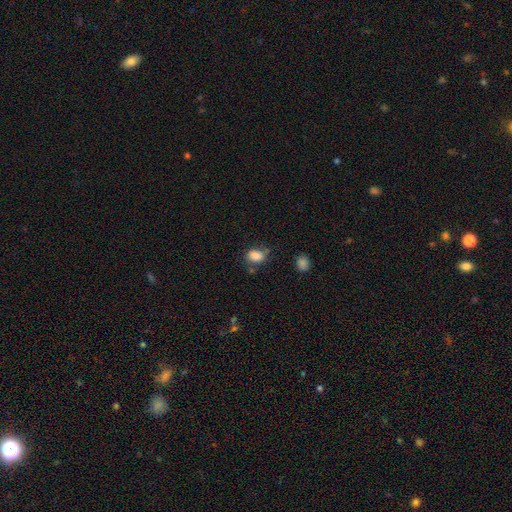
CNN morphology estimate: Overall: smooth (84%). How rounded: in between (70%). Merging: none (62%; minor disturbance 23%).